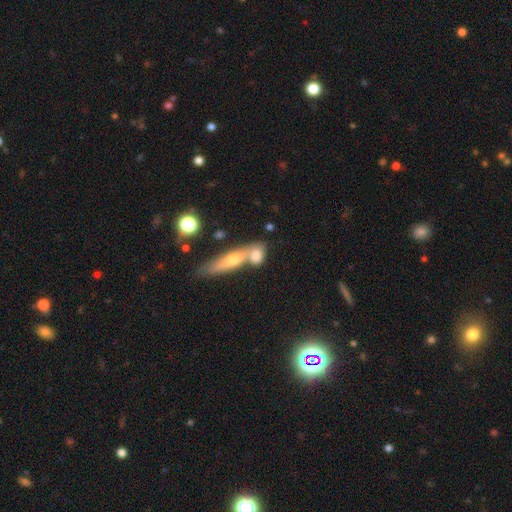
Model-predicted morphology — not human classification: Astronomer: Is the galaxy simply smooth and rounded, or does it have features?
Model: smooth — 70%.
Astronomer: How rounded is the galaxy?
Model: in between — 53%.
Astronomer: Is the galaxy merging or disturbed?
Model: merger — 49% (runner-up: none, 37%).